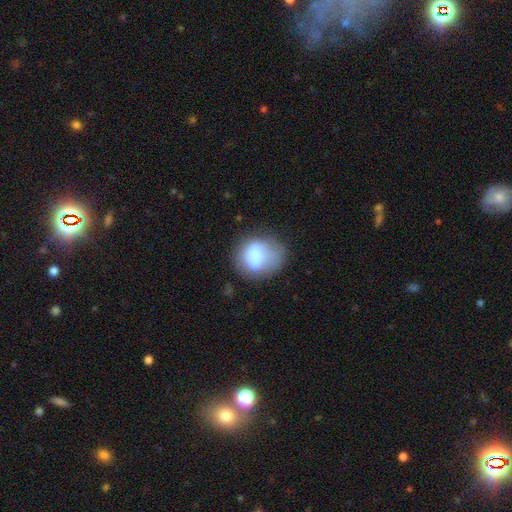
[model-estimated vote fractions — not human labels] Smooth or featured? Predicted: smooth (p=0.70). How rounded? Predicted: round (p=0.61). Merging? Predicted: none (p=0.42).